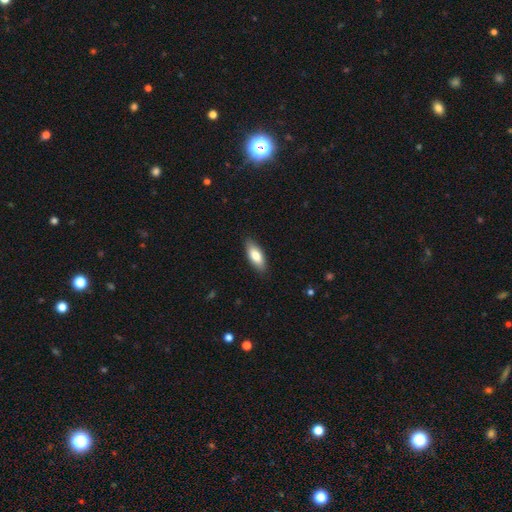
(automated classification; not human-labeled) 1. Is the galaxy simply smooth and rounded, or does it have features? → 80% smooth, 15% featured or disk, 6% star or artifact.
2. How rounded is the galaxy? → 77% in between, 21% cigar-shaped, 2% round.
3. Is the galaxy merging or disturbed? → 87% none, 10% minor disturbance, 2% major disturbance, 1% merger.